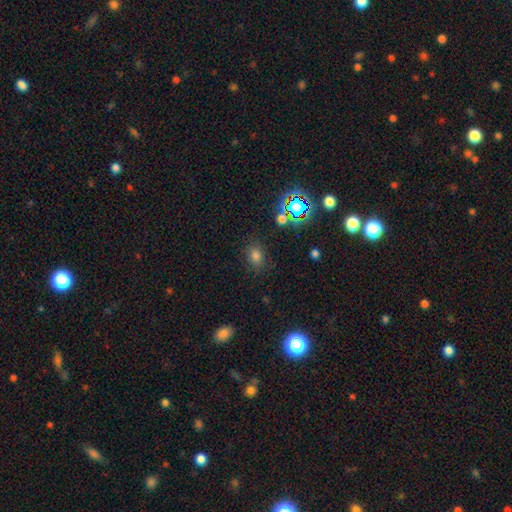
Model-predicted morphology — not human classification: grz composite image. It shows a smooth galaxy with no disk features (70%) that is in between round and cigar-shaped (57%). Merging: none (82%).